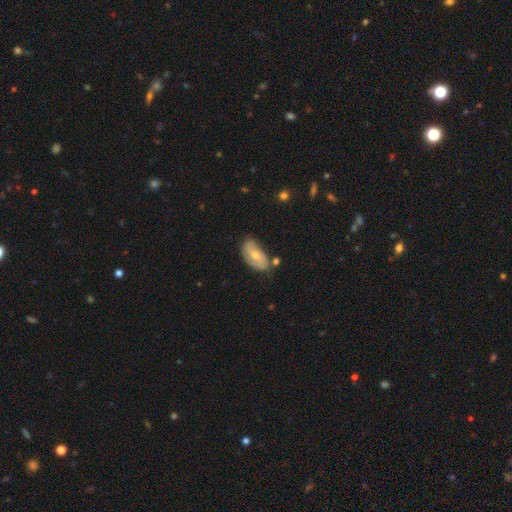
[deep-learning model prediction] A featured or disk galaxy (52%). Merging: none (62%).